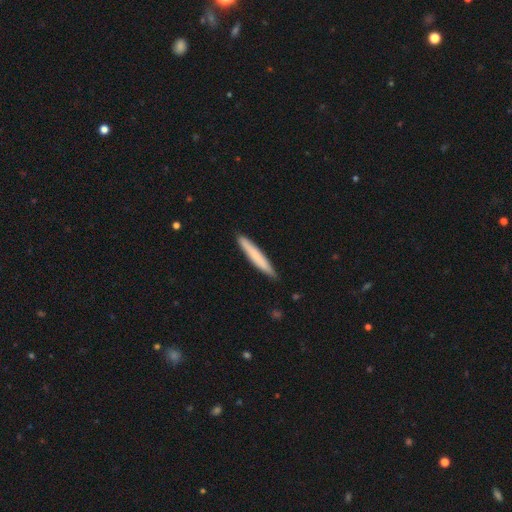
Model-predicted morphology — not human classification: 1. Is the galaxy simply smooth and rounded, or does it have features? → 72% smooth, 23% featured or disk, 5% star or artifact.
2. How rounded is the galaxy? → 95% cigar-shaped, 4% in between, 1% round.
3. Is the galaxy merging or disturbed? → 88% none, 9% minor disturbance, 1% major disturbance, 1% merger.